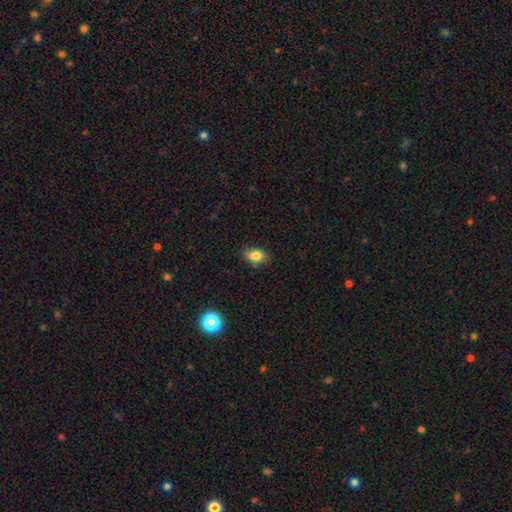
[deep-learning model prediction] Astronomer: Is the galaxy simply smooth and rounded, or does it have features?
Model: smooth — 84%.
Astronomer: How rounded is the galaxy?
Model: in between — 82%.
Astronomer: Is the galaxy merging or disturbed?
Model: none — 84%.